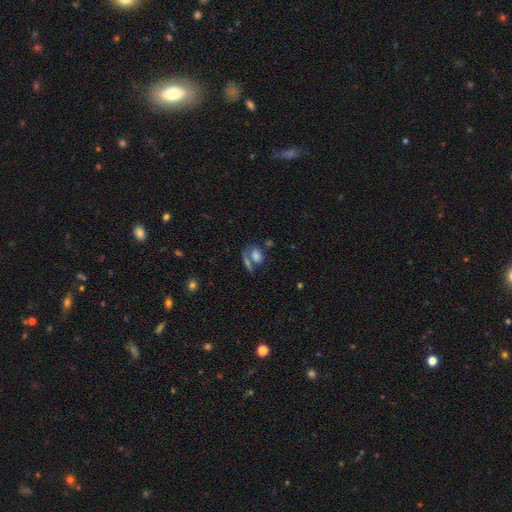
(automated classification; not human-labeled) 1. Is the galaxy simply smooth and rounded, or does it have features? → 73% smooth, 14% featured or disk, 12% star or artifact.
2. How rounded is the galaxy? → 72% in between, 22% round, 5% cigar-shaped.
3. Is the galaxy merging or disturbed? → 43% none, 37% merger, 12% minor disturbance, 8% major disturbance.